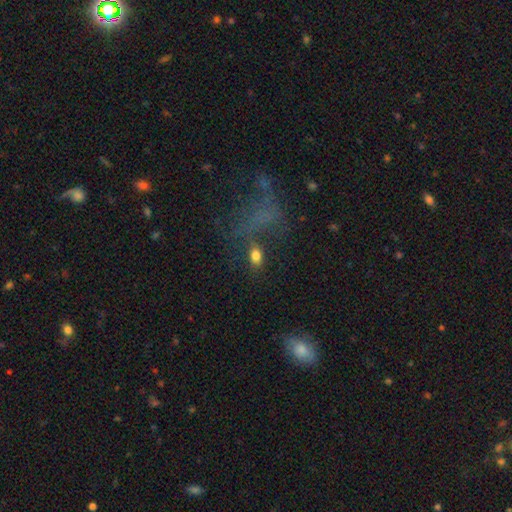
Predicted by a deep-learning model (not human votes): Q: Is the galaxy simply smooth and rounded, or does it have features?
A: smooth — 75%.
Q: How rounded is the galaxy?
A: in between — 77%.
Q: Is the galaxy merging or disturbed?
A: none — 64%.